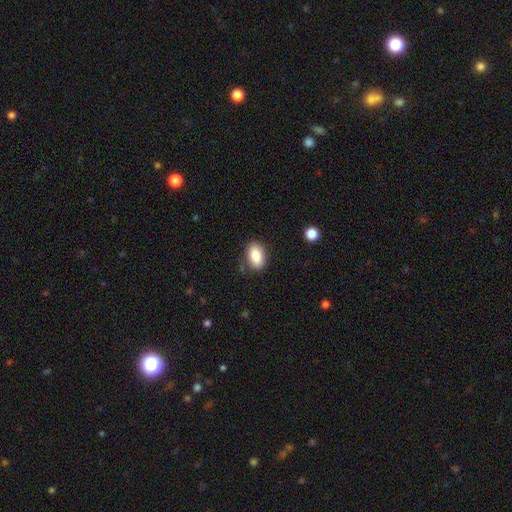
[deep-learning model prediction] The model was most divided on "merging": none: 82%, minor disturbance: 13%, major disturbance: 3%, merger: 2%. More confident: how rounded — in between (90%); smooth or featured — smooth (86%).